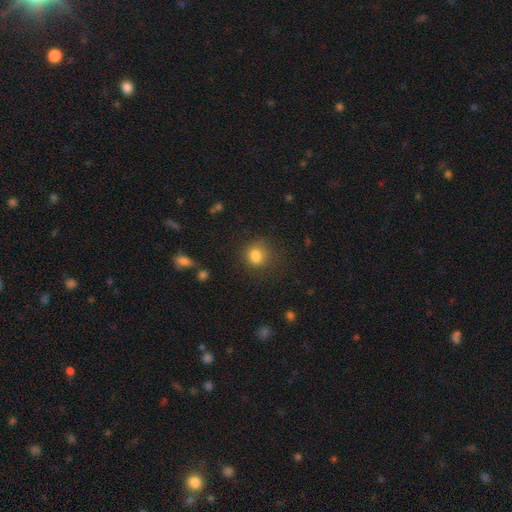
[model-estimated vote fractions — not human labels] A smooth galaxy with no disk features (82%) that is round (67%).

Vote fractions:
- Smooth or featured? smooth: 82% / star or artifact: 12% / featured or disk: 6%
- How rounded? round: 67% / in between: 32% / cigar-shaped: 1%
- Merging? none: 70% / minor disturbance: 18% / major disturbance: 8% / merger: 3%